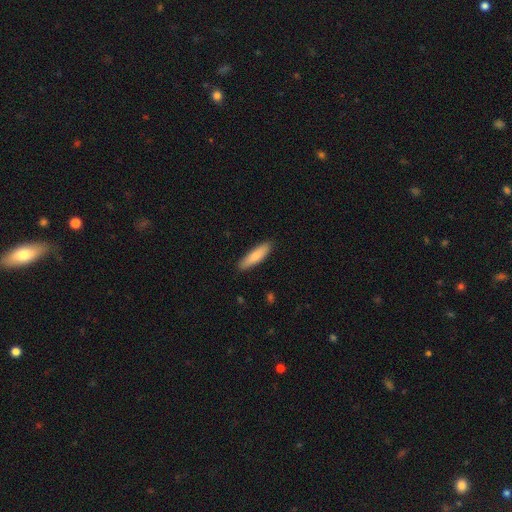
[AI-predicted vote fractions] Overall: smooth (80%). How rounded: cigar-shaped (68%; in between 31%). Merging: none (88%).